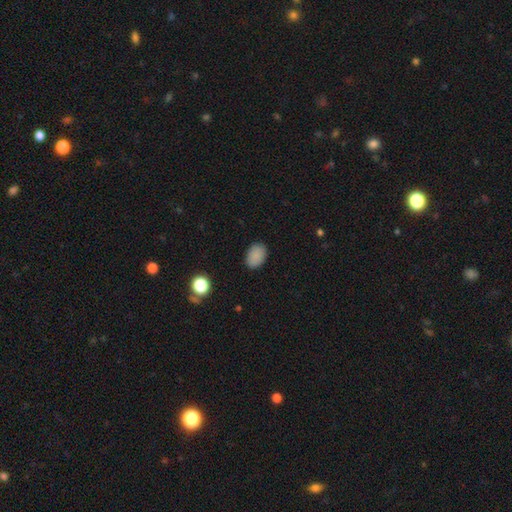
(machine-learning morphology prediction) Smooth or featured?
  - smooth: 87% *
  - star or artifact: 10%
  - featured or disk: 3%
How rounded?
  - in between: 85% *
  - round: 14%
  - cigar-shaped: 1%
Merging?
  - none: 86% *
  - minor disturbance: 10%
  - major disturbance: 3%
  - merger: 1%